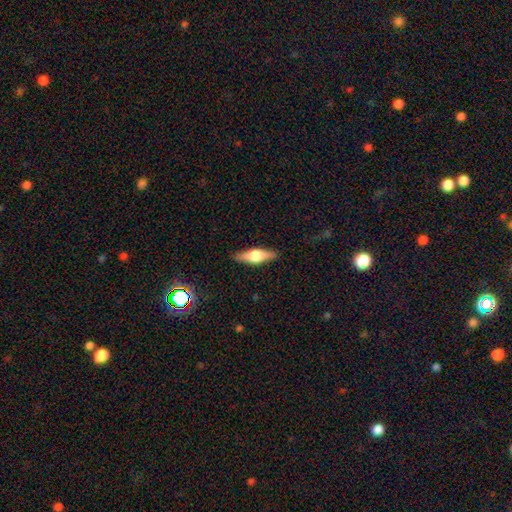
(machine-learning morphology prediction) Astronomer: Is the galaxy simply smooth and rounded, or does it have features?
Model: featured or disk — 52% (runner-up: smooth, 42%).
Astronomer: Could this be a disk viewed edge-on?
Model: yes — 94%.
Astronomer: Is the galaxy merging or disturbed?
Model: none — 88%.